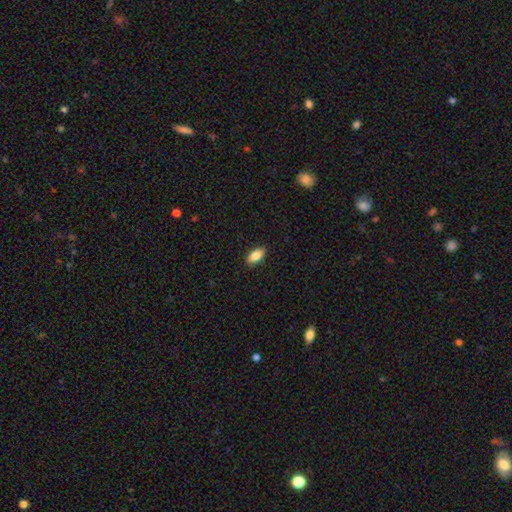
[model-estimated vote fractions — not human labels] Smooth or featured?
  - smooth: 83% *
  - featured or disk: 10%
  - star or artifact: 7%
How rounded?
  - in between: 88% *
  - cigar-shaped: 9%
  - round: 3%
Merging?
  - none: 90% *
  - minor disturbance: 7%
  - major disturbance: 2%
  - merger: 1%